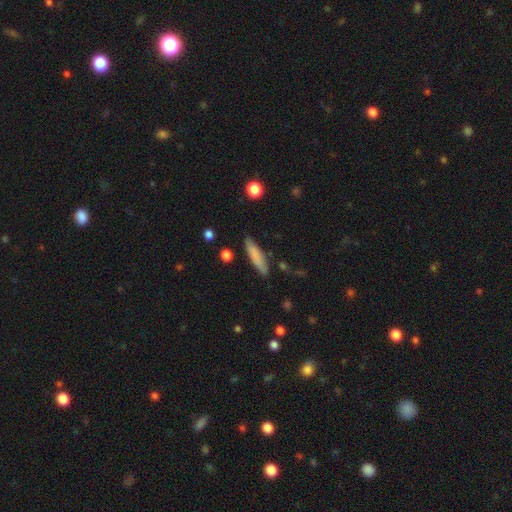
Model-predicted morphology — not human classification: A smooth galaxy with no disk features (80%) that is cigar-shaped (81%). Merging: none (84%).